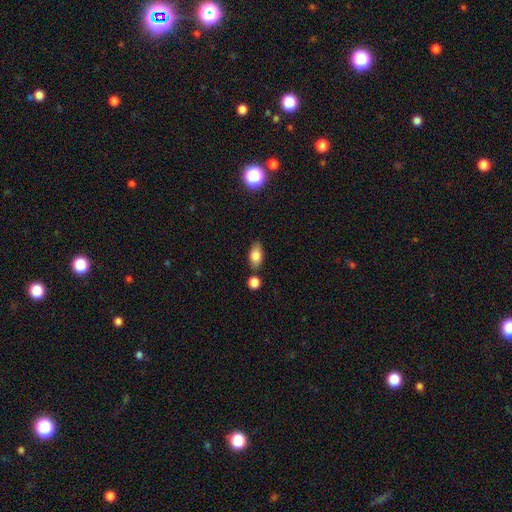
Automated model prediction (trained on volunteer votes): This appears to be a smooth galaxy with no disk features (81%) that is in between round and cigar-shaped (87%). Merging: none (76%).